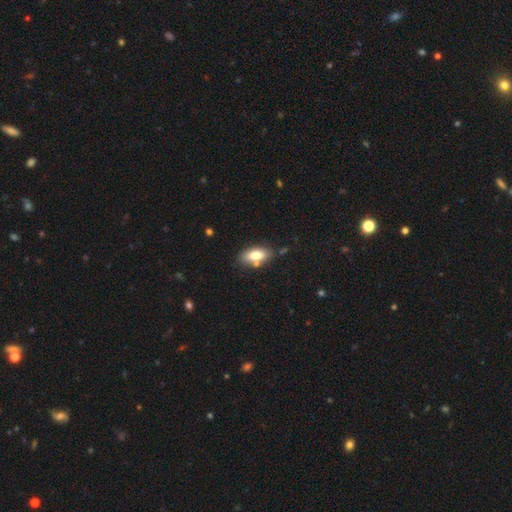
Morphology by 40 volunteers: Q: Smooth or featured?
A: smooth (80%); runner-up: featured or disk (10%)
Q: How rounded?
A: in between (88%); runner-up: cigar-shaped (9%)
Q: Merging?
A: none (78%); runner-up: minor disturbance (17%)